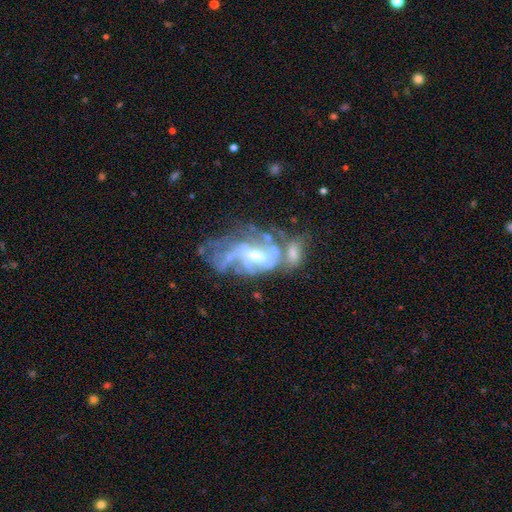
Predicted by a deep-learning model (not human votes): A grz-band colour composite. It shows a featured or disk galaxy (81%) with a weak bar (45%), medium (41%) spiral arms (81%) and a moderate central bulge (51%). Merging: merger (37%).